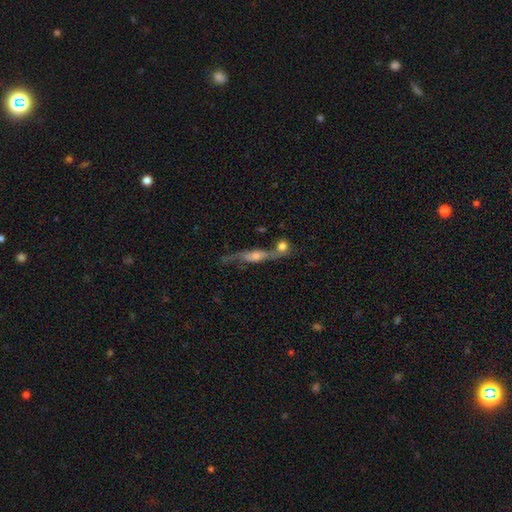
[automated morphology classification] featured or disk 61%, smooth 29%, star or artifact 10%. Down the decision tree: edge-on disk — yes (60%); merging — none (39%).